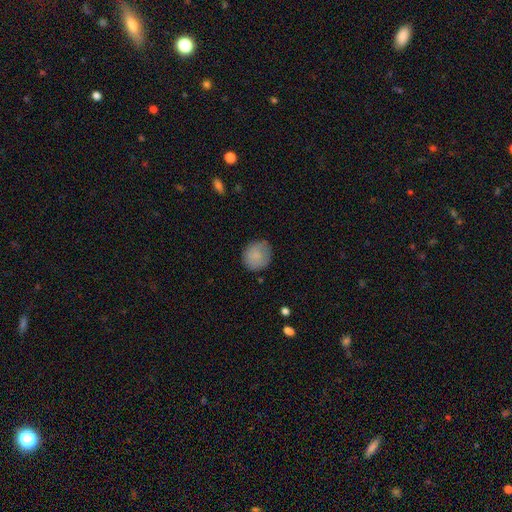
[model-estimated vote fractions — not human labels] Morphology: type=smooth (84%); roundness=round (85%); merging=none (75%).